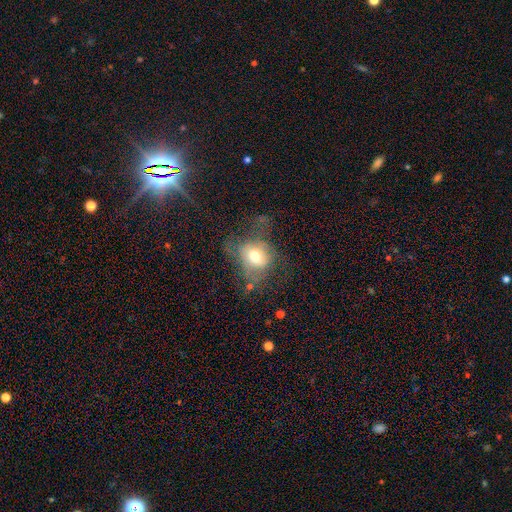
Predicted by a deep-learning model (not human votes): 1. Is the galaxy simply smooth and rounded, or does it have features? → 59% smooth, 30% featured or disk, 11% star or artifact.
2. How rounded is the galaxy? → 53% round, 45% in between, 1% cigar-shaped.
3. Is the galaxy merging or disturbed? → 37% major disturbance, 35% none, 25% minor disturbance, 4% merger.